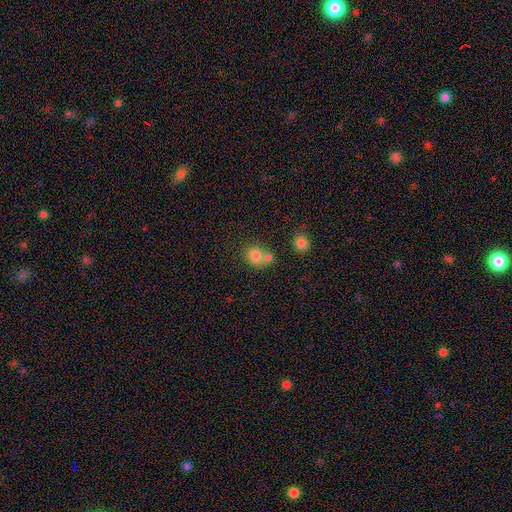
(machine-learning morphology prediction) Smooth or featured: smooth — 79% (star or artifact — 11%)
How rounded: round — 68% (in between — 31%)
Merging: none — 45% (merger — 41%)